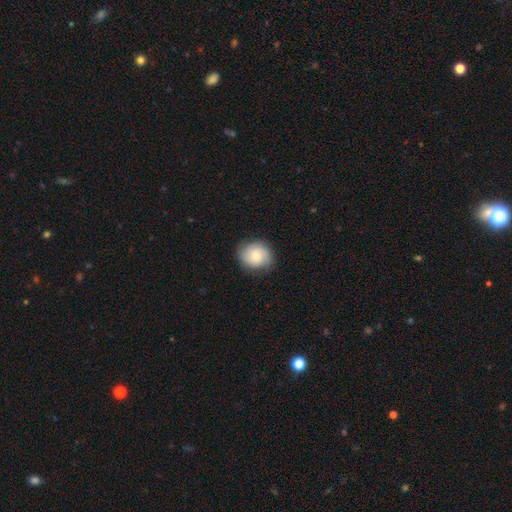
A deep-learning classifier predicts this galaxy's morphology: type=smooth (62%); roundness=round (70%); merging=none (82%).